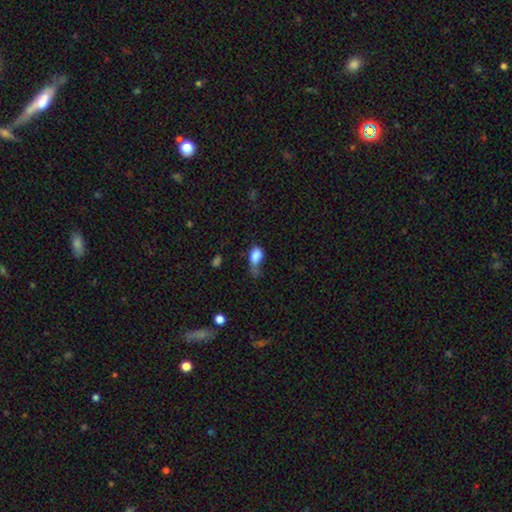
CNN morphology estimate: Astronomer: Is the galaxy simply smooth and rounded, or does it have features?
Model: smooth — 82%.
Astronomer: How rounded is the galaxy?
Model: in between — 85%.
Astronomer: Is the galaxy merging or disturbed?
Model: major disturbance — 39% (runner-up: minor disturbance, 32%).